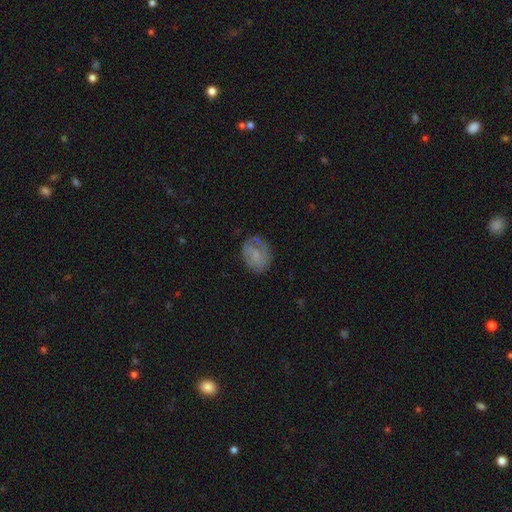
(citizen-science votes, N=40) Smooth or featured? smooth (75%)
How rounded? in between (60%)
Merging? none (64%)